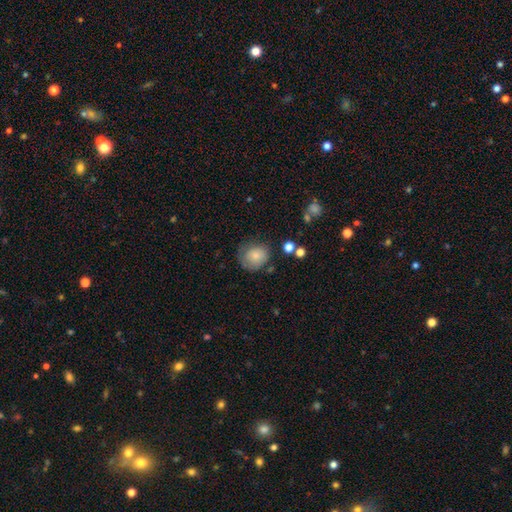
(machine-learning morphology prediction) Smooth or featured? smooth (78%)
How rounded? round (73%)
Merging? none (58%)